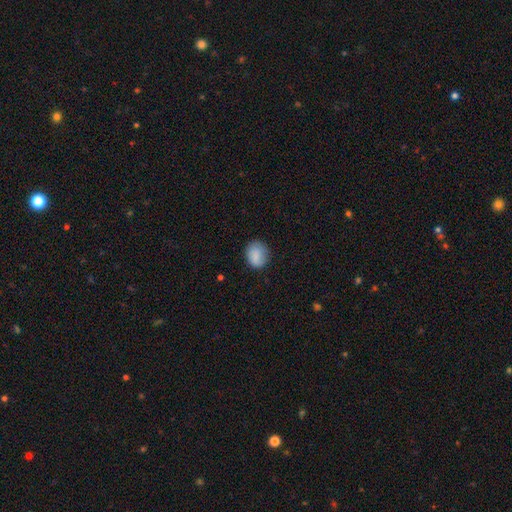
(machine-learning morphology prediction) smooth_or_featured: smooth (p=0.86) [alt: star or artifact p=0.08]
how_rounded: round (p=0.64) [alt: in between p=0.35]
merging: none (p=0.78) [alt: minor disturbance p=0.17]